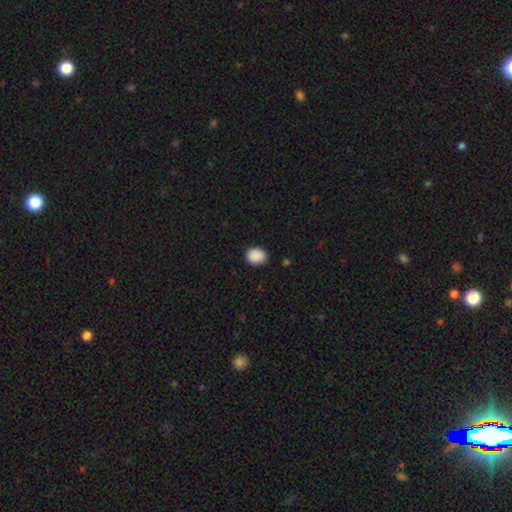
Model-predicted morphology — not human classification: Smooth or featured: smooth — 90% (star or artifact — 8%)
How rounded: round — 52% (in between — 47%)
Merging: none — 87% (minor disturbance — 9%)